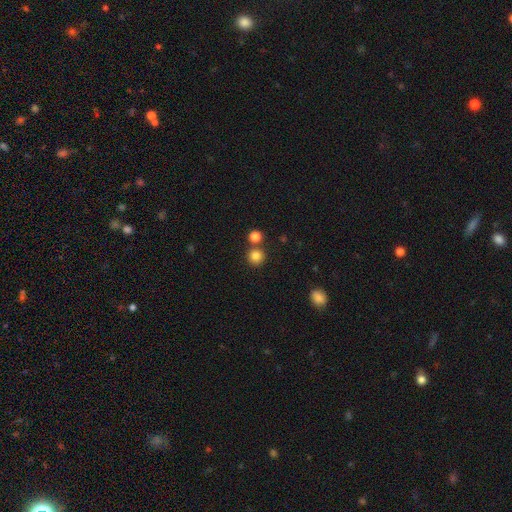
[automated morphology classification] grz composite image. It shows a smooth galaxy with no disk features (83%) that is round (93%). Merging: none (74%).